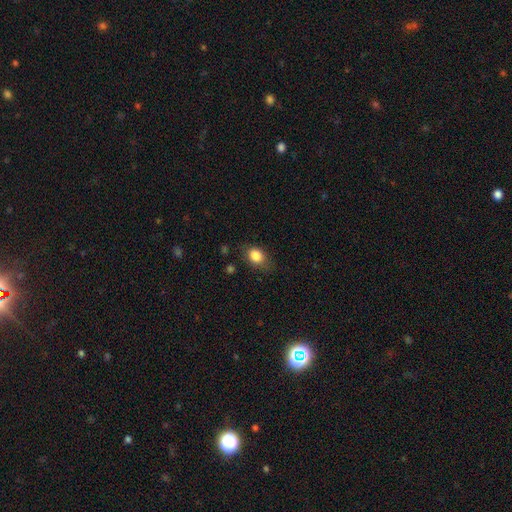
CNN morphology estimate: type=smooth (84%); roundness=in between (67%); merging=none (69%).